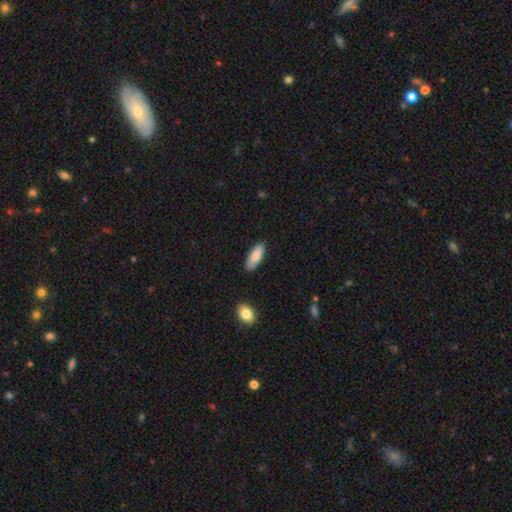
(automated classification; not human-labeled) Overall: smooth (83%). How rounded: in between (66%; cigar-shaped 32%). Merging: none (85%).